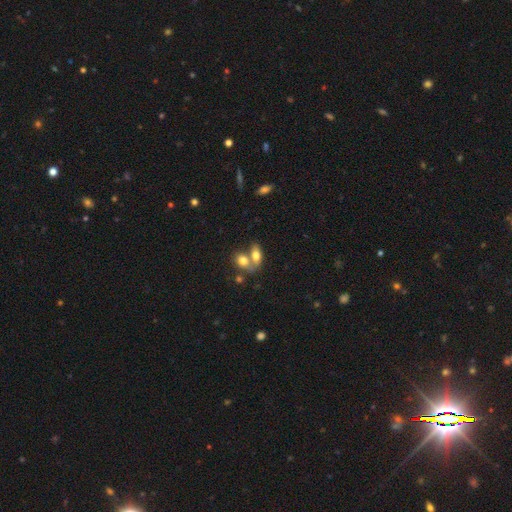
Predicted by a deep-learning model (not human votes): Smooth or featured: smooth — 66% (featured or disk — 22%)
How rounded: in between — 74% (round — 21%)
Merging: merger — 59% (none — 29%)